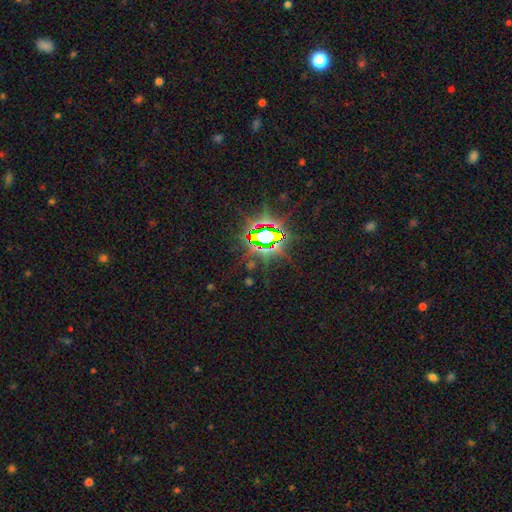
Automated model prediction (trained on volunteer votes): Q: Smooth or featured?
A: star or artifact (83%); runner-up: smooth (10%)